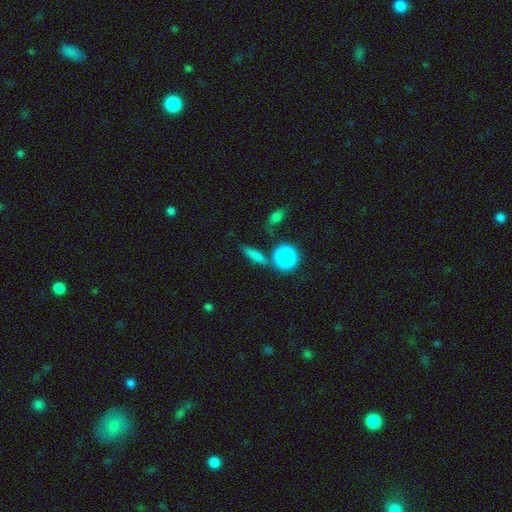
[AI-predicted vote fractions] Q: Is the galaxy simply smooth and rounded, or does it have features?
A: smooth — 70%.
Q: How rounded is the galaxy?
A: cigar-shaped — 51%.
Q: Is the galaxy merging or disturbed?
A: none — 75%.